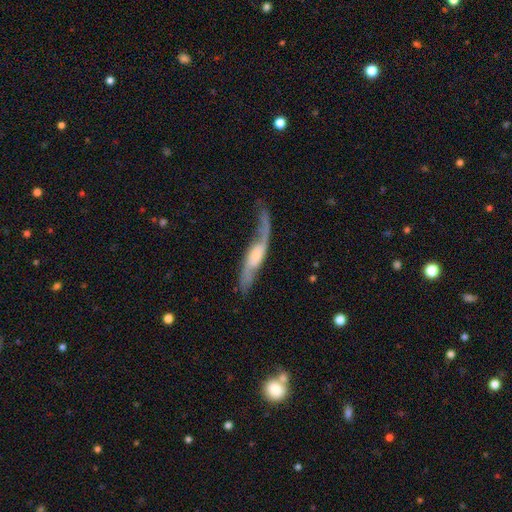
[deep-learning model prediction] The model was most divided on "bulge size": moderate: 35%, small: 33%, none: 15%, large: 14%, dominant: 3%. More confident: spiral arms — yes (93%); smooth or featured — featured or disk (79%); edge-on disk — no (67%); merging — none (58%); bar — no (52%).